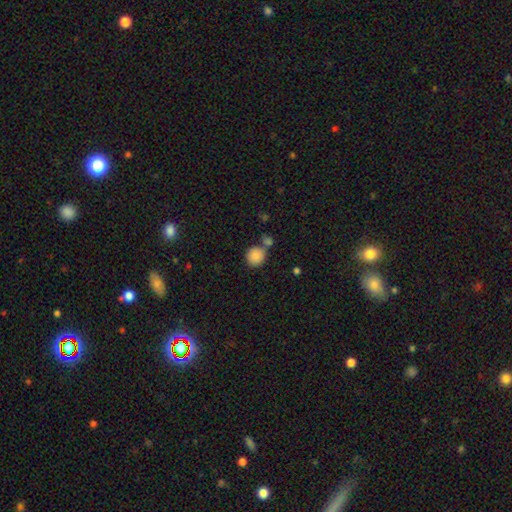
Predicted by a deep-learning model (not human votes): smooth-or-featured: smooth: 86% | star or artifact: 9% | featured or disk: 5%
  how-rounded: round: 87% | in between: 12% | cigar-shaped: 1%
  merging: none: 63% | merger: 23% | minor disturbance: 11% | major disturbance: 4%